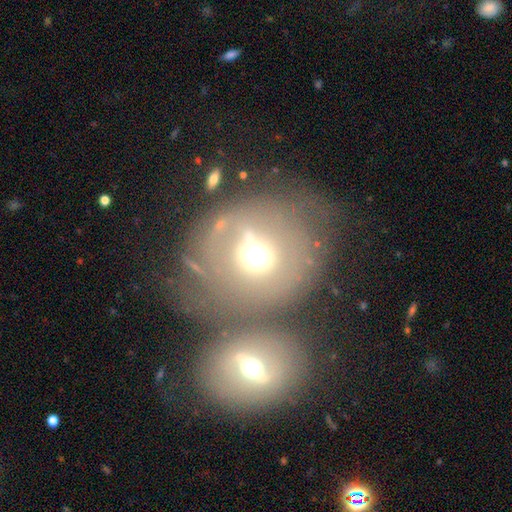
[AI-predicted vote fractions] A smooth galaxy with no disk features (45%).

Vote fractions:
- Smooth or featured? smooth: 45% / featured or disk: 39% / star or artifact: 16%
- Merging? none: 40% / merger: 31% / major disturbance: 14% / minor disturbance: 14%